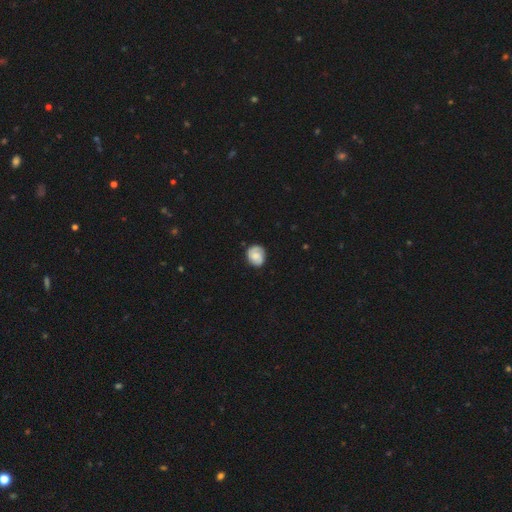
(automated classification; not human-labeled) Morphology: type=smooth (56%); roundness=round (67%); merging=none (76%).